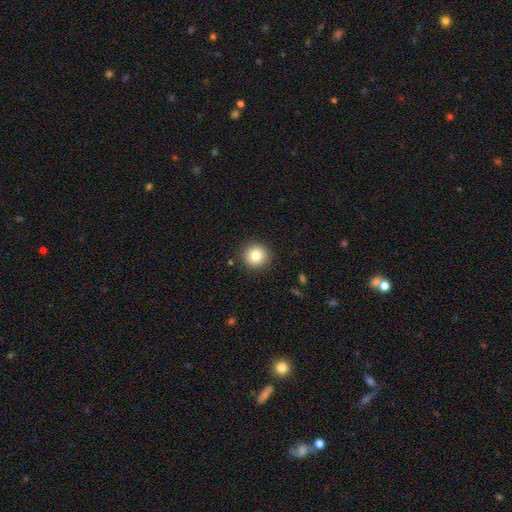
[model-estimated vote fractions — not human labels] smooth_or_featured: smooth (p=0.81) [alt: star or artifact p=0.10]
how_rounded: round (p=0.93) [alt: in between p=0.06]
merging: none (p=0.90) [alt: minor disturbance p=0.06]